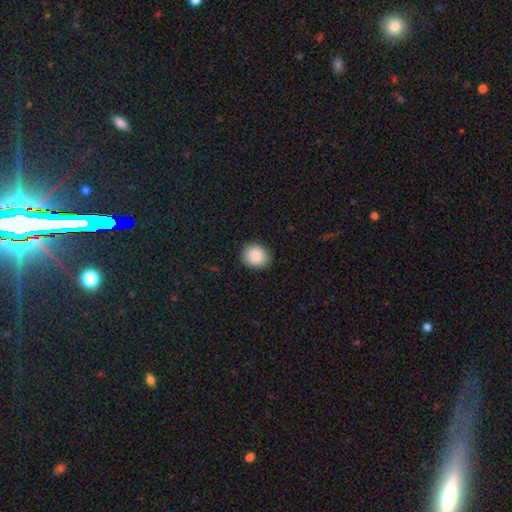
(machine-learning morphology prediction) Smooth or featured? smooth (87%)
How rounded? round (67%)
Merging? none (87%)